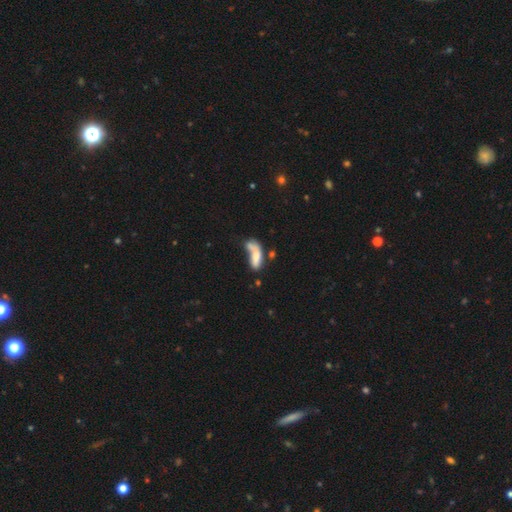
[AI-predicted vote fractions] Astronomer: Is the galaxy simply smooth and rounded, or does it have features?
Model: smooth — 65%.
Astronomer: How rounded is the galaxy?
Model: in between — 67%.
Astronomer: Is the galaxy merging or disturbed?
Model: merger — 45% (runner-up: none, 22%).